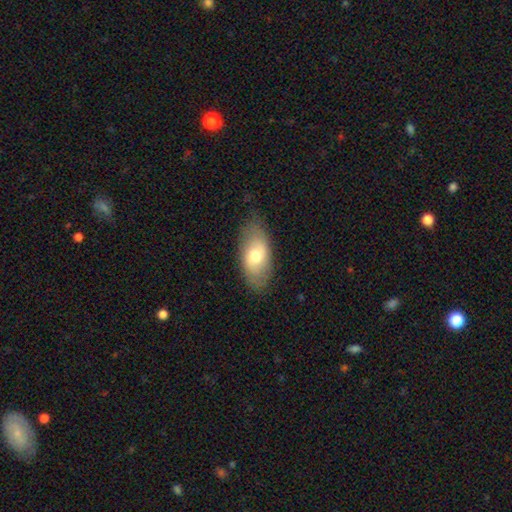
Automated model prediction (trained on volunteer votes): Overall: smooth (65%; featured or disk 29%). How rounded: in between (91%). Merging: none (77%).